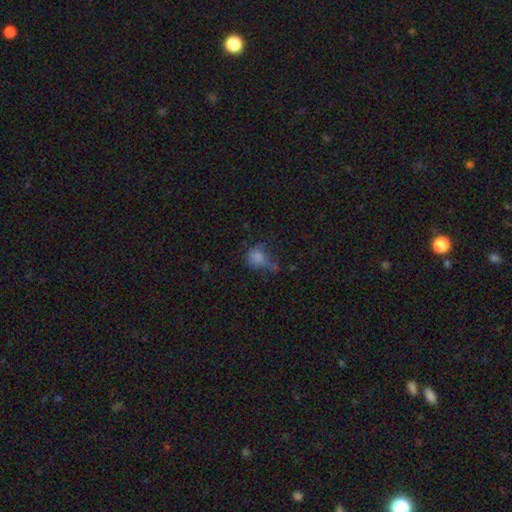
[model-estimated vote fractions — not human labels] This is marginally a smooth galaxy (44%). Merging: possibly none (52%).